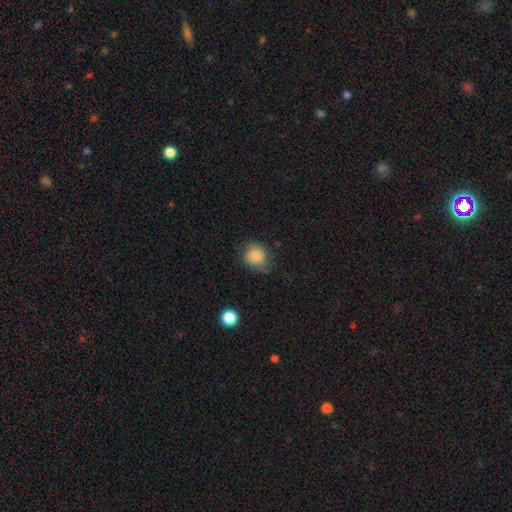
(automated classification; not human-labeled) A smooth galaxy with no disk features (77%) that is round (76%).

Vote fractions:
- Smooth or featured? smooth: 77% / featured or disk: 14% / star or artifact: 9%
- How rounded? round: 76% / in between: 23% / cigar-shaped: 1%
- Merging? none: 63% / minor disturbance: 26% / major disturbance: 10% / merger: 1%